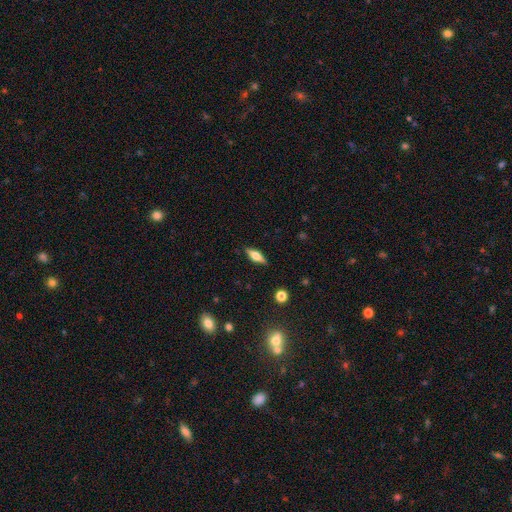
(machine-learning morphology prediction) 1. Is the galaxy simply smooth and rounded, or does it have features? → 47% smooth, 46% featured or disk, 7% star or artifact.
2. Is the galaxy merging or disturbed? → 87% none, 10% minor disturbance, 2% major disturbance, 1% merger.